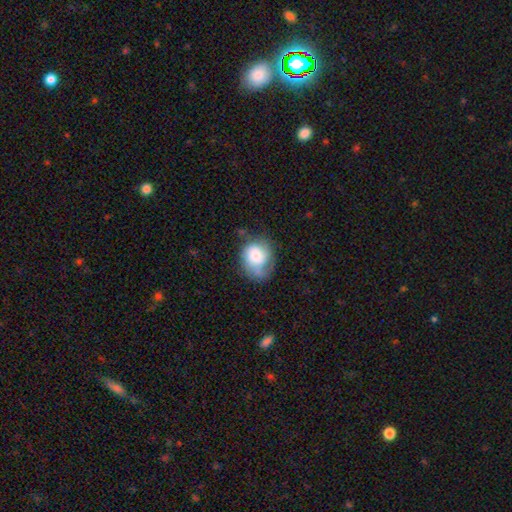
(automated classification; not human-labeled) smooth_or_featured: smooth (p=0.57) [alt: featured or disk p=0.35]
how_rounded: round (p=0.55) [alt: in between p=0.44]
merging: none (p=0.44) [alt: minor disturbance p=0.32]